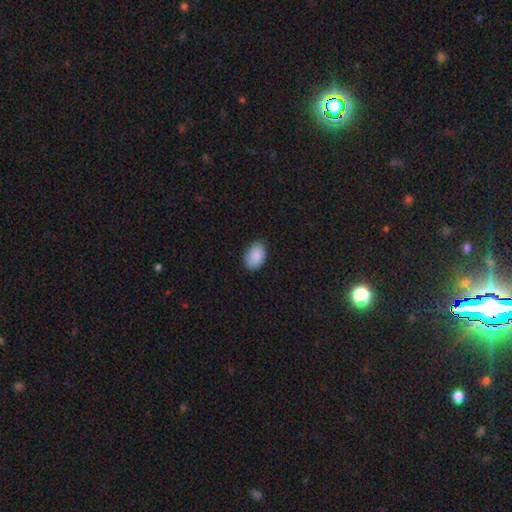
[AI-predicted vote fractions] Smooth or featured: smooth — 89% (star or artifact — 6%)
How rounded: in between — 89% (round — 10%)
Merging: none — 85% (minor disturbance — 12%)